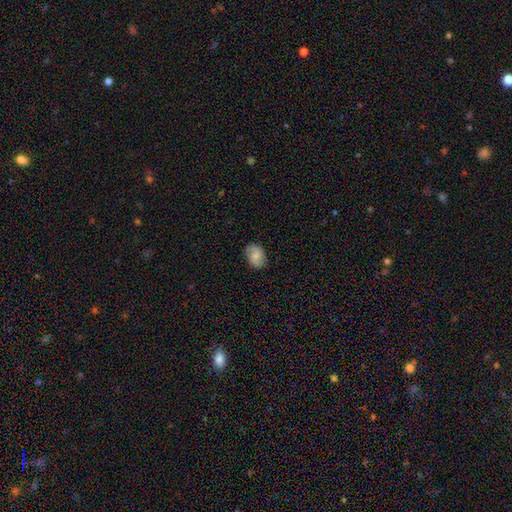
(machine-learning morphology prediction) A smooth galaxy with no disk features (63%) that is in between round and cigar-shaped (74%). Merging: none (79%).